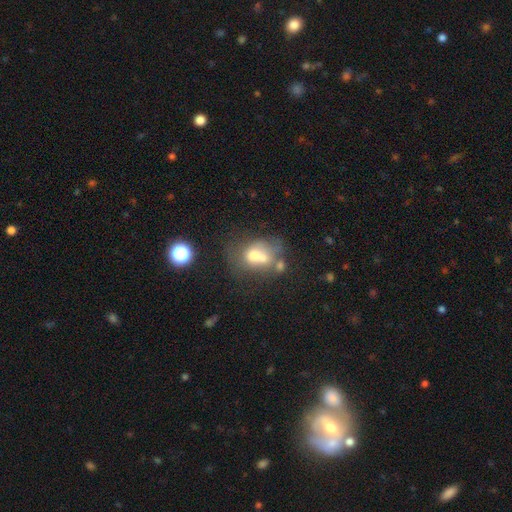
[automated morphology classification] Smooth or featured? Predicted: smooth (p=0.54). How rounded? Predicted: in between (p=0.52). Merging? Predicted: merger (p=0.51).